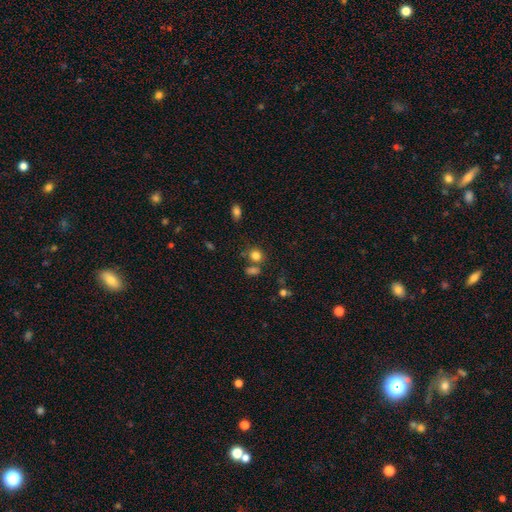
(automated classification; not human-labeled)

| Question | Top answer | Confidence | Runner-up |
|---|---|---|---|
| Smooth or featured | smooth | 81% | star or artifact (13%) |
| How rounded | round | 71% | in between (27%) |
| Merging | none | 65% | merger (18%) |